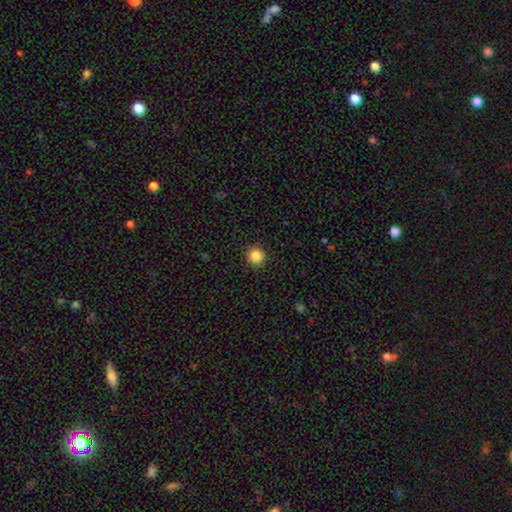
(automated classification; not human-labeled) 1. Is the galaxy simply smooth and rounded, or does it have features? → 86% smooth, 10% star or artifact, 4% featured or disk.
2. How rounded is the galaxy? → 93% round, 6% in between, 1% cigar-shaped.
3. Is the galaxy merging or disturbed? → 92% none, 5% minor disturbance, 2% major disturbance, 1% merger.